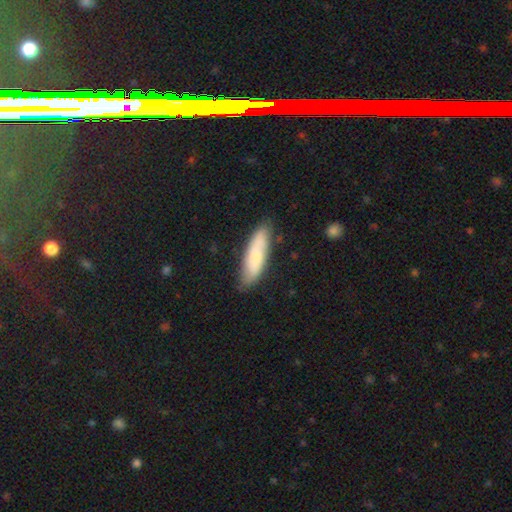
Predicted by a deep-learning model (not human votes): smooth 68%, featured or disk 26%, star or artifact 6%. Down the decision tree: how rounded — cigar-shaped (57%); merging — none (80%).